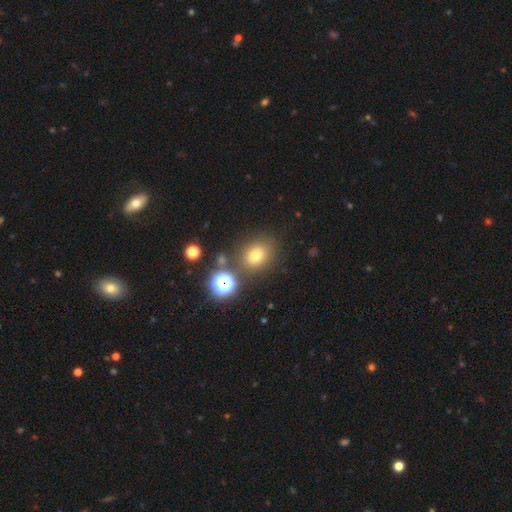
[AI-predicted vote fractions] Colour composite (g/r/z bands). It shows a smooth galaxy with no disk features (72%) that is round (67%). Merging: none (77%).